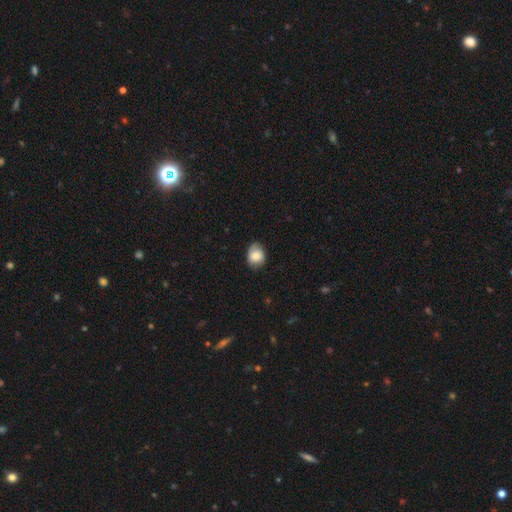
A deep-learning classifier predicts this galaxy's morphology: A smooth galaxy with no disk features (78%) that is in between round and cigar-shaped (54%). Merging: none (70%).